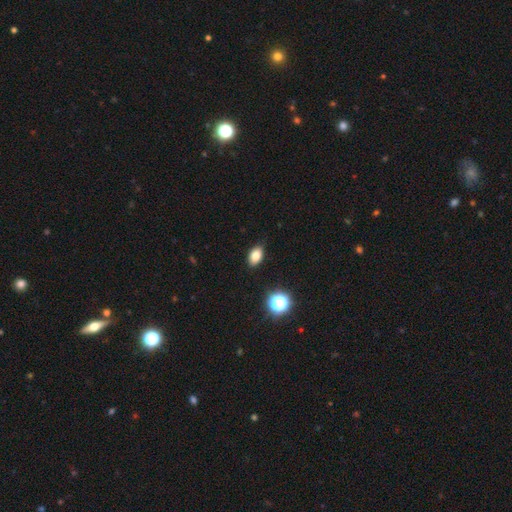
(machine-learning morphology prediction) Smooth or featured: smooth — 81% (star or artifact — 12%)
How rounded: in between — 87% (round — 11%)
Merging: none — 87% (minor disturbance — 10%)